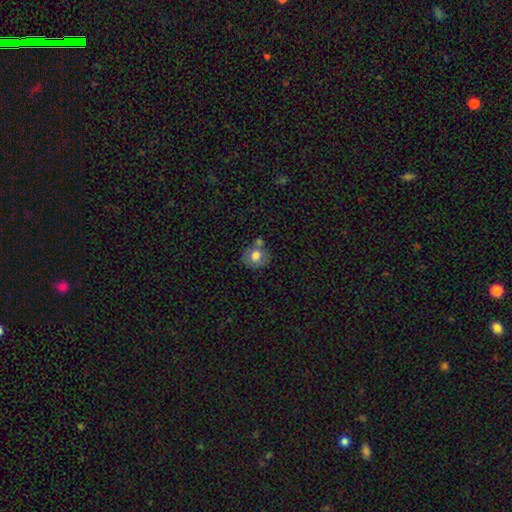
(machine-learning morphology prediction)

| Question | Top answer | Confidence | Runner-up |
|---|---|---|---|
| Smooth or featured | smooth | 73% | featured or disk (19%) |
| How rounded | round | 70% | in between (29%) |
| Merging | none | 52% | merger (25%) |